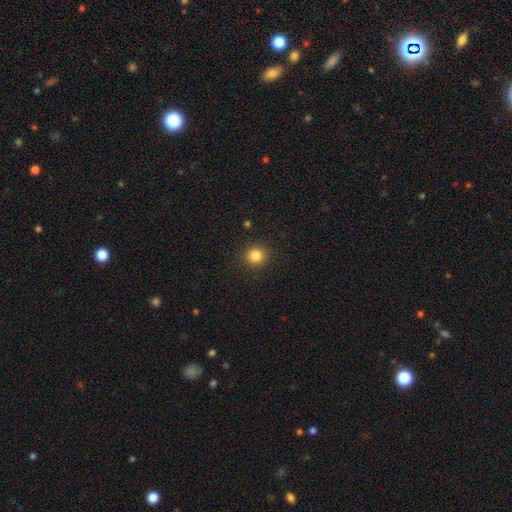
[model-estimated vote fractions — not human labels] Smooth or featured?
  - smooth: 84% *
  - star or artifact: 11%
  - featured or disk: 4%
How rounded?
  - round: 91% *
  - in between: 8%
  - cigar-shaped: 1%
Merging?
  - none: 91% *
  - minor disturbance: 6%
  - major disturbance: 2%
  - merger: 1%